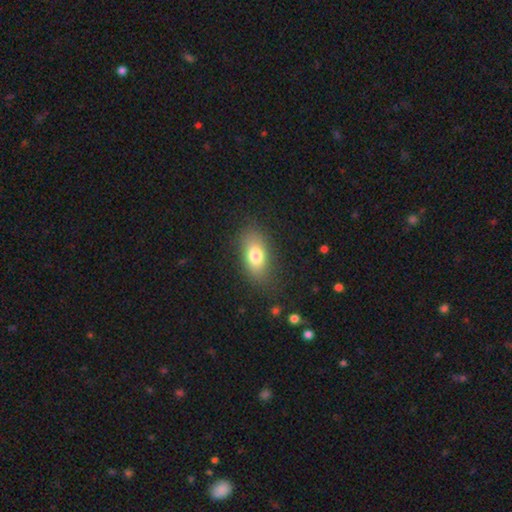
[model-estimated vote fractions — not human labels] Overall: smooth (76%). How rounded: in between (85%). Merging: none (80%).